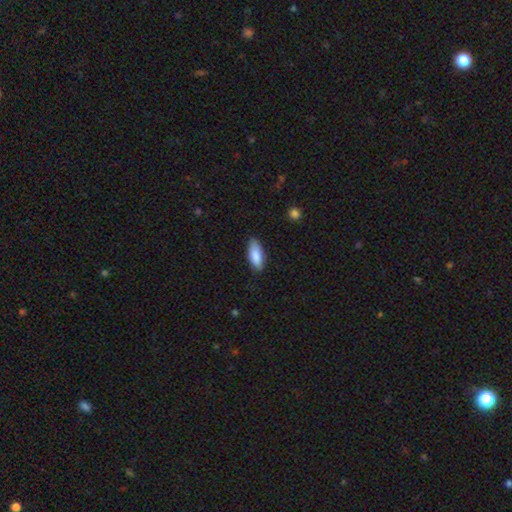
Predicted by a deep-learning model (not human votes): This appears to be a smooth galaxy with no disk features (87%) that is in between round and cigar-shaped (80%). Merging: none (81%).